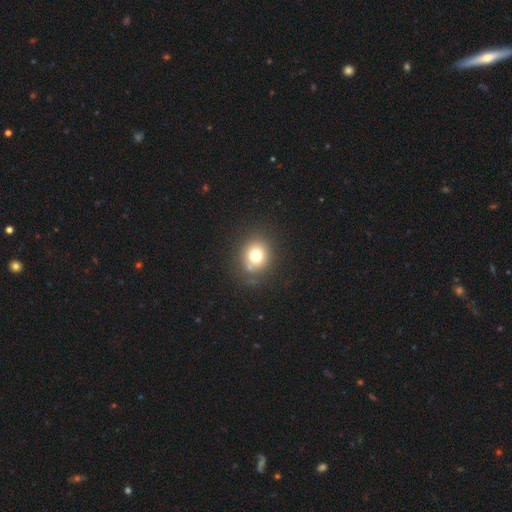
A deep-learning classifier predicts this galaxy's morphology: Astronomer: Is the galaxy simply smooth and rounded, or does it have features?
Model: smooth — 74%.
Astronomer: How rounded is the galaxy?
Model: round — 79%.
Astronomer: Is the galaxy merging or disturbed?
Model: none — 78%.